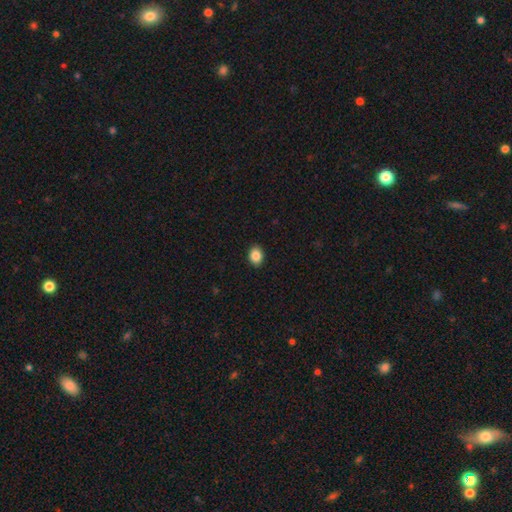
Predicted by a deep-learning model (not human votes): This appears to be a smooth galaxy with no disk features (87%) that is in between round and cigar-shaped (61%). Merging: none (91%).